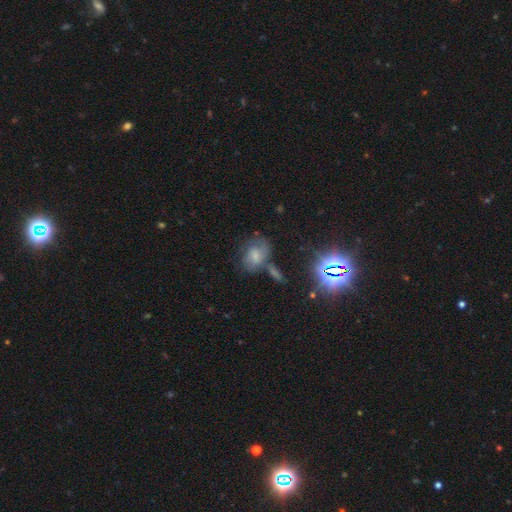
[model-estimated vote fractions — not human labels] Smooth or featured?
  - smooth: 46% *
  - featured or disk: 34%
  - star or artifact: 19%
Merging?
  - none: 42% *
  - minor disturbance: 22%
  - merger: 20%
  - major disturbance: 16%